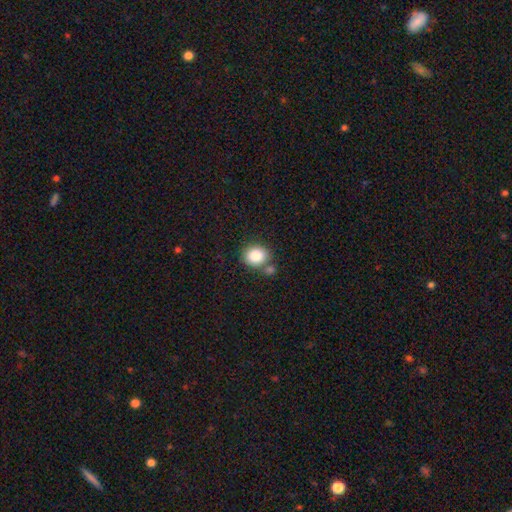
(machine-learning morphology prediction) The model was most divided on "how rounded": round: 68%, in between: 31%, cigar-shaped: 1%. More confident: smooth or featured — smooth (84%); merging — none (65%).